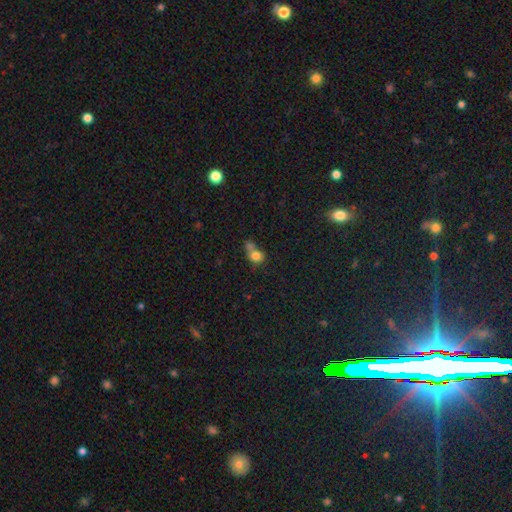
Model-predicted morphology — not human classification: This is likely a smooth galaxy (77%). How rounded: likely round (66%). Merging: possibly merger (53%).